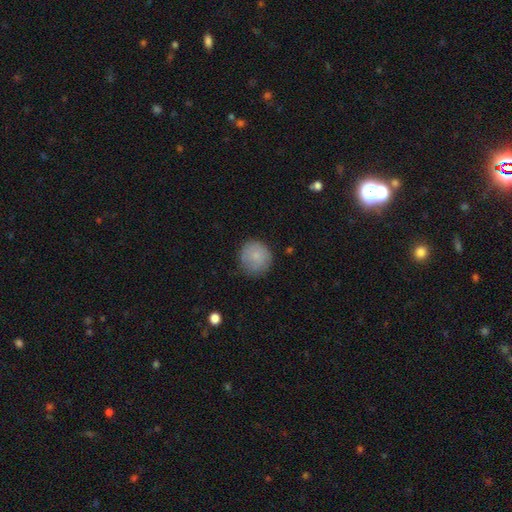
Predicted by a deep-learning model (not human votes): This appears to be a smooth galaxy with no disk features (82%) that is round (93%). Merging: none (79%).